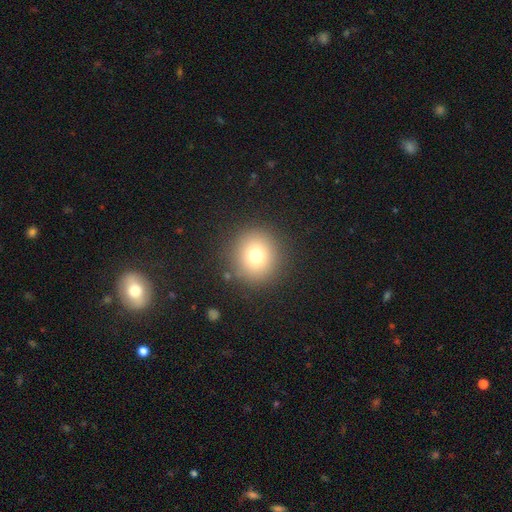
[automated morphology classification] Smooth or featured? smooth (75%)
How rounded? round (92%)
Merging? none (89%)